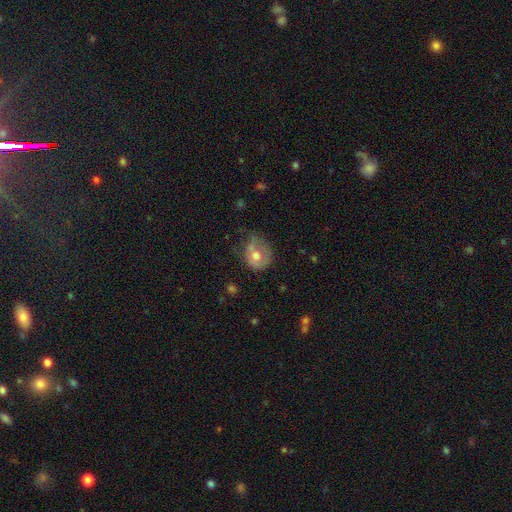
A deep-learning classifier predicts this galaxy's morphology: Smooth or featured? smooth (57%)
How rounded? round (67%)
Merging? none (34%)